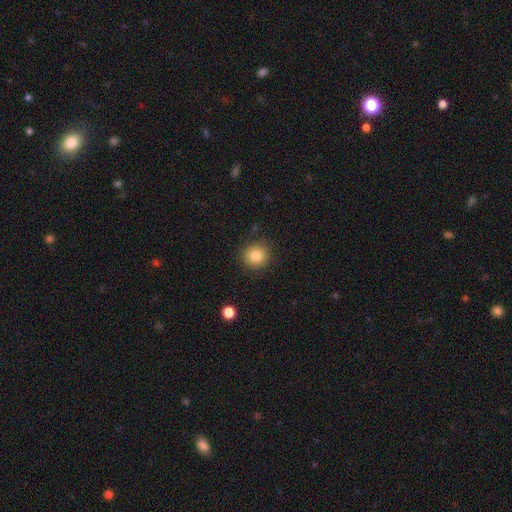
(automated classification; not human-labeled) Smooth or featured? Predicted: smooth (p=0.83). How rounded? Predicted: round (p=0.90). Merging? Predicted: none (p=0.88).